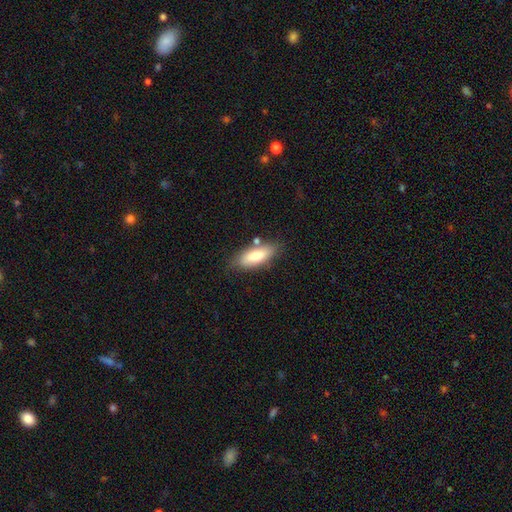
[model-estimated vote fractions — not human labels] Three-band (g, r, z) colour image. It shows a smooth galaxy with no disk features (75%) that is in between round and cigar-shaped (74%). Merging: none (75%).